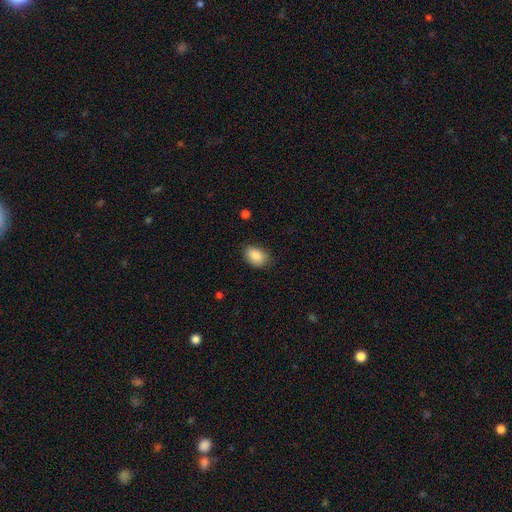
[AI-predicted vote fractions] smooth_or_featured: smooth (p=0.88) [alt: star or artifact p=0.07]
how_rounded: in between (p=0.86) [alt: round p=0.13]
merging: none (p=0.81) [alt: minor disturbance p=0.15]